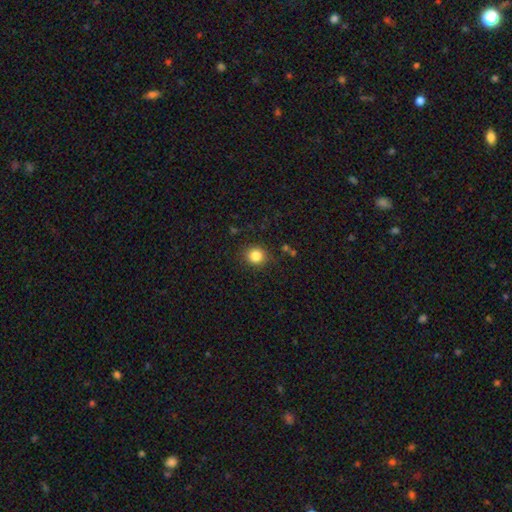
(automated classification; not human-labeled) This appears to be a smooth galaxy with no disk features (84%) that is round (88%). Merging: none (87%).